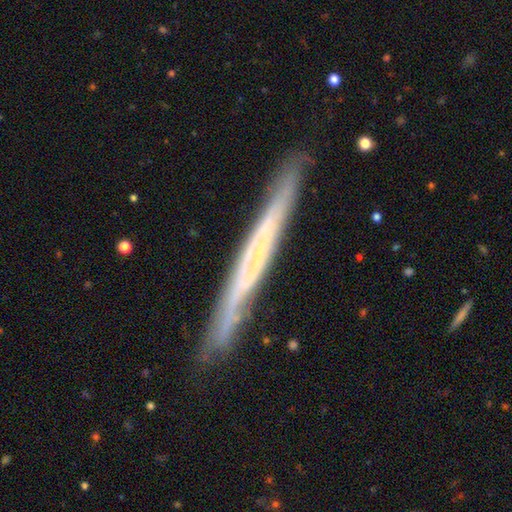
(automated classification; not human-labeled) A featured or disk galaxy (69%) viewed edge-on (90%) with no central bulge (84%).

Vote fractions:
- Smooth or featured? featured or disk: 69% / smooth: 24% / star or artifact: 7%
- Edge-on disk? yes: 90% / no: 10%
- Edge-on bulge? none: 84% / rounded: 11% / boxy: 6%
- Merging? none: 85% / minor disturbance: 11% / major disturbance: 2% / merger: 1%